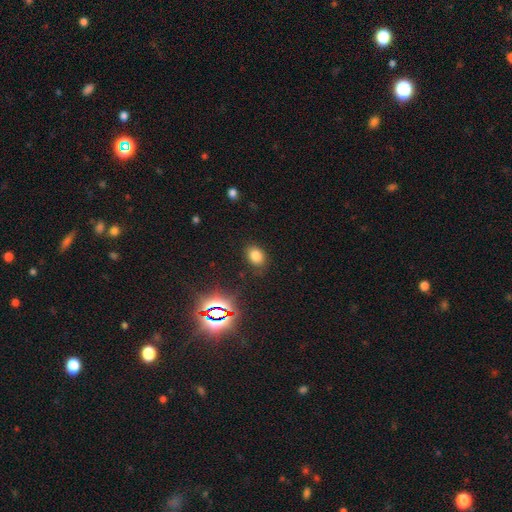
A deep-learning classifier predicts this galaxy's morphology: smooth 74%, star or artifact 19%, featured or disk 7%. Down the decision tree: how rounded — in between (65%); merging — none (82%).